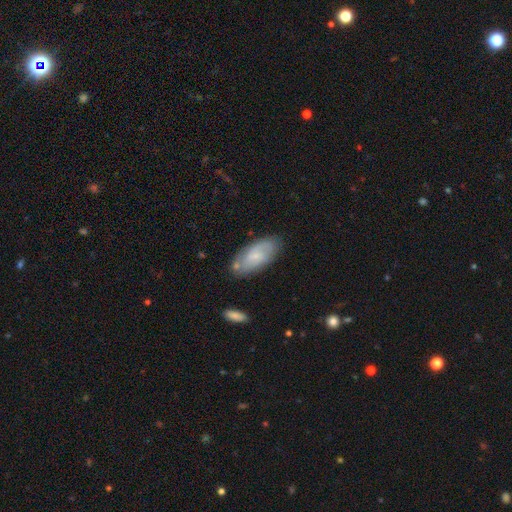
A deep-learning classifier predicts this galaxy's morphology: featured or disk 50%, smooth 43%, star or artifact 7%. Down the decision tree: edge-on disk — no (91%); merging — none (73%).